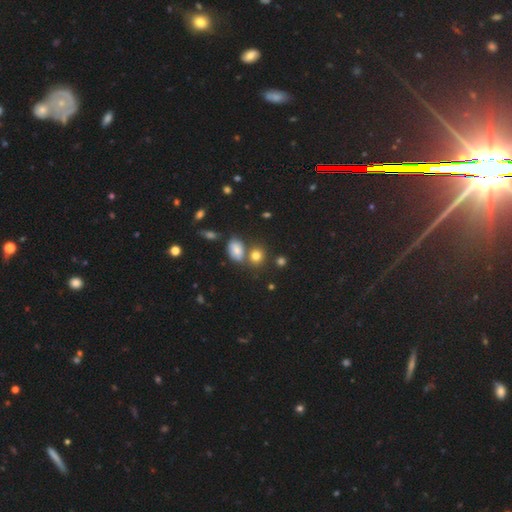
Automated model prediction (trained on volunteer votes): Smooth or featured: smooth — 76% (star or artifact — 15%)
How rounded: round — 70% (in between — 29%)
Merging: none — 64% (merger — 22%)